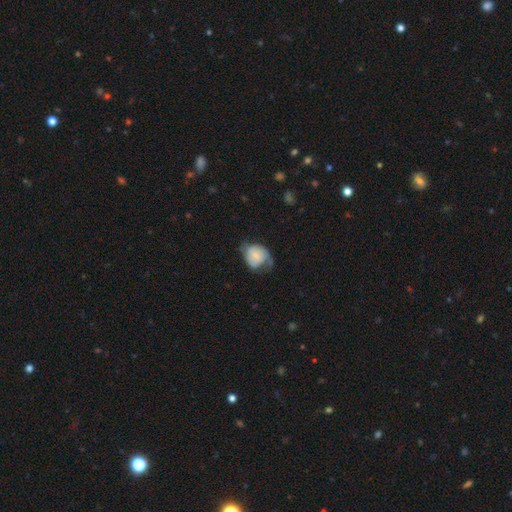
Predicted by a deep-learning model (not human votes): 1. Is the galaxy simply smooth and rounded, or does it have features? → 54% smooth, 38% featured or disk, 8% star or artifact.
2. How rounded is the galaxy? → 55% round, 44% in between, 1% cigar-shaped.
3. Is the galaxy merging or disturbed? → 36% minor disturbance, 35% none, 26% major disturbance, 3% merger.